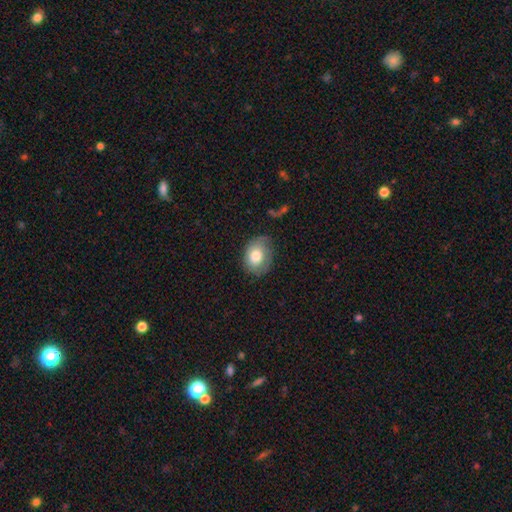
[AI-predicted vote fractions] This is likely a smooth galaxy (73%). How rounded: likely in between (63%). Merging: likely none (66%).